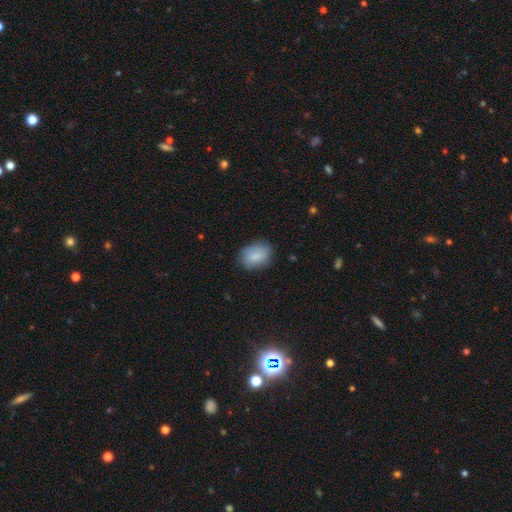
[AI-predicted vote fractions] A smooth galaxy with no disk features (82%) that is in between round and cigar-shaped (75%).

Vote fractions:
- Smooth or featured? smooth: 82% / featured or disk: 11% / star or artifact: 7%
- How rounded? in between: 75% / round: 24% / cigar-shaped: 1%
- Merging? none: 76% / minor disturbance: 18% / major disturbance: 4% / merger: 1%